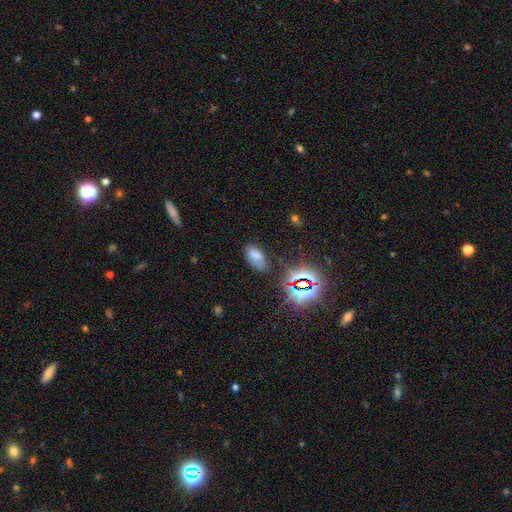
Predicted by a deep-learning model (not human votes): Smooth or featured? smooth (64%)
How rounded? in between (92%)
Merging? none (65%)